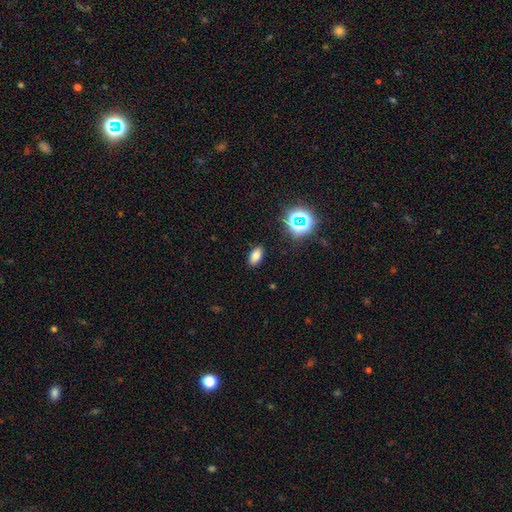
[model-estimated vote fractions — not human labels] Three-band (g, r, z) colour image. It shows a smooth galaxy with no disk features (76%) that is in between round and cigar-shaped (89%). Merging: none (88%).